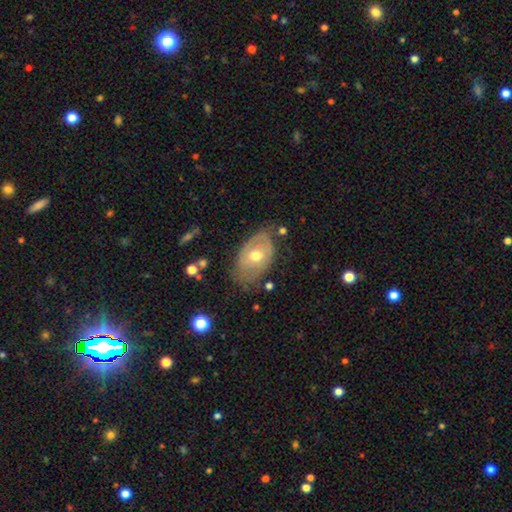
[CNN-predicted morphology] Overall: featured or disk (54%; smooth 39%). Edge-on disk: no (91%). Merging: none (56%; minor disturbance 29%).